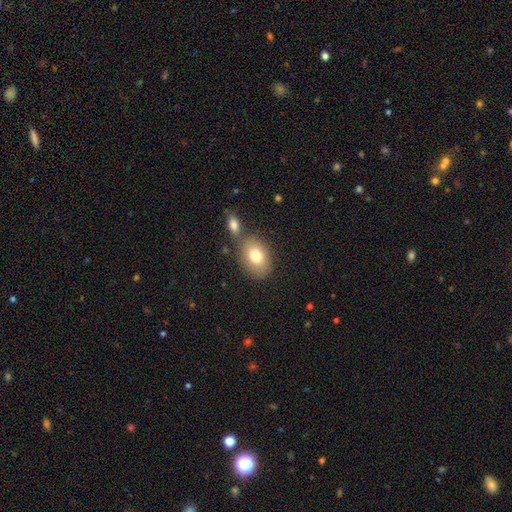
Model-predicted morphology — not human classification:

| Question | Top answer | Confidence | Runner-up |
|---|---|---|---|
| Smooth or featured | smooth | 77% | featured or disk (15%) |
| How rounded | in between | 78% | round (20%) |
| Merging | none | 60% | merger (23%) |